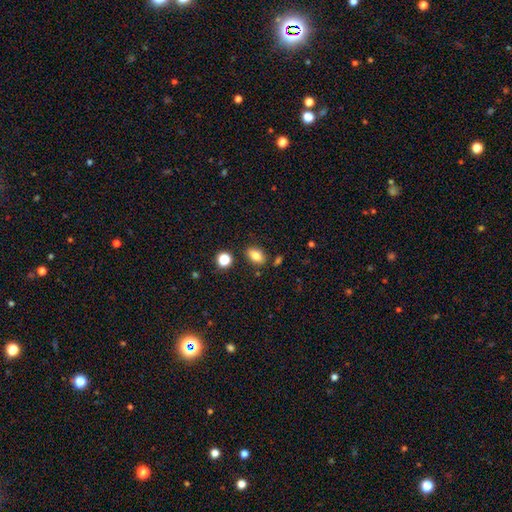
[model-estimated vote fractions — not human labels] Smooth or featured? smooth (81%)
How rounded? in between (84%)
Merging? none (81%)